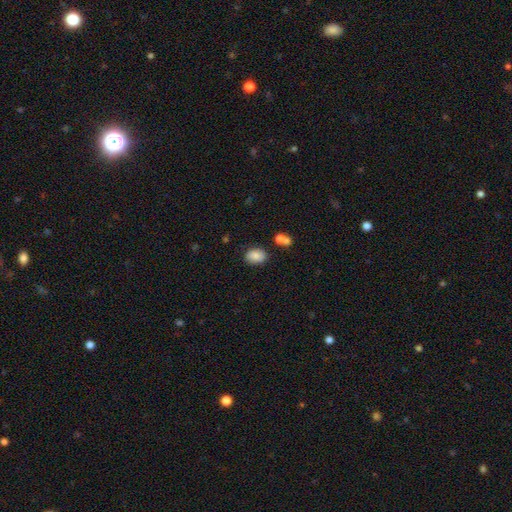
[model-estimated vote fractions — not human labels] Smooth or featured: smooth — 84% (star or artifact — 9%)
How rounded: in between — 75% (round — 24%)
Merging: none — 79% (minor disturbance — 13%)